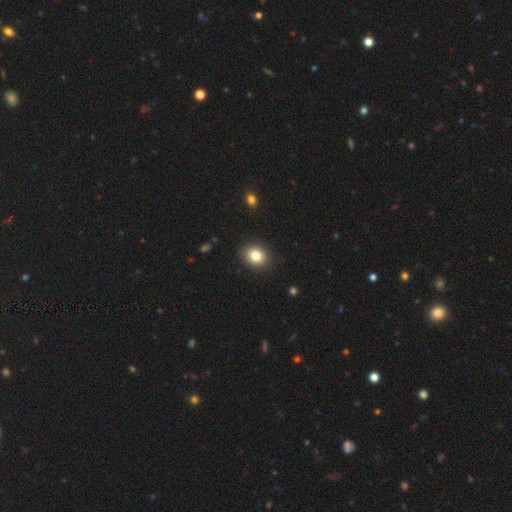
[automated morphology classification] smooth 81%, star or artifact 10%, featured or disk 9%. Down the decision tree: how rounded — round (56%); merging — none (89%).